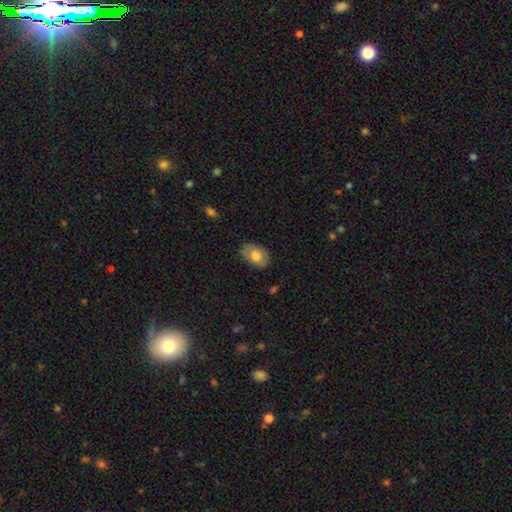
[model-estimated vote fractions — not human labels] smooth_or_featured: smooth (p=0.74) [alt: featured or disk p=0.19]
how_rounded: in between (p=0.86) [alt: round p=0.13]
merging: none (p=0.79) [alt: minor disturbance p=0.16]